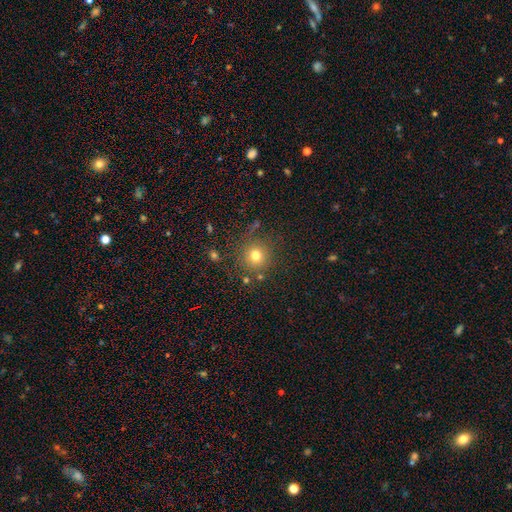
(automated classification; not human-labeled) Q: Smooth or featured?
A: smooth (75%); runner-up: star or artifact (16%)
Q: How rounded?
A: round (93%); runner-up: in between (6%)
Q: Merging?
A: none (82%); runner-up: minor disturbance (10%)